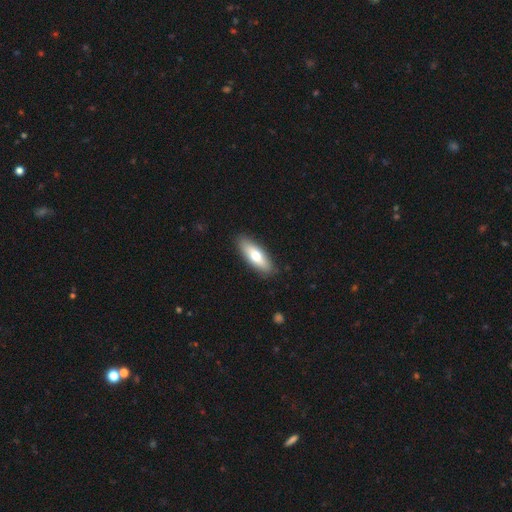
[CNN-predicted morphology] smooth-or-featured: smooth: 65% | featured or disk: 29% | star or artifact: 5%
  how-rounded: in between: 63% | cigar-shaped: 34% | round: 2%
  merging: none: 88% | minor disturbance: 9% | major disturbance: 2% | merger: 1%